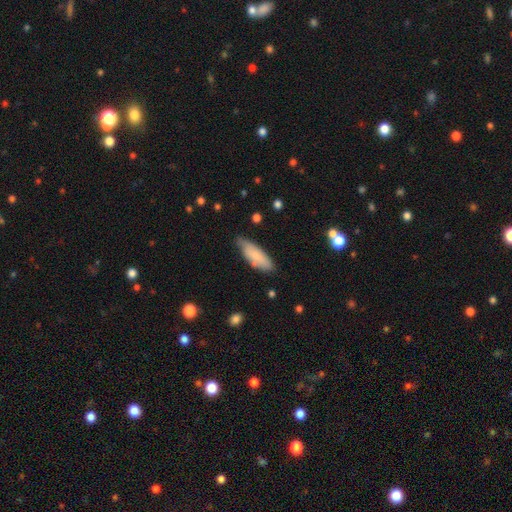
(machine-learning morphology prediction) Smooth or featured? smooth (76%)
How rounded? in between (61%)
Merging? none (69%)